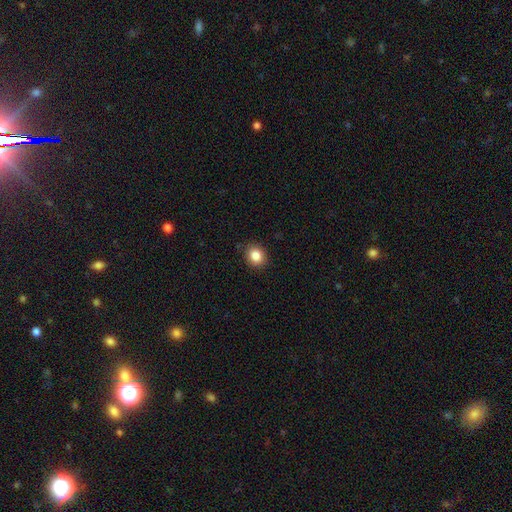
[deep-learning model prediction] Smooth or featured? Predicted: smooth (p=0.85). How rounded? Predicted: round (p=0.74). Merging? Predicted: none (p=0.89).